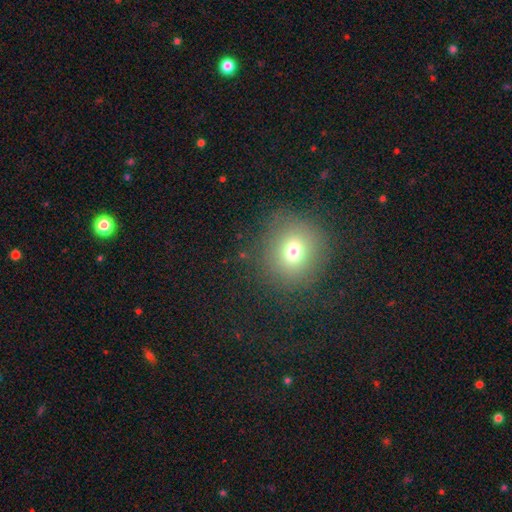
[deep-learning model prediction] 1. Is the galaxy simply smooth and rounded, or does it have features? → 68% smooth, 22% star or artifact, 10% featured or disk.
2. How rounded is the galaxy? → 89% round, 10% in between, 1% cigar-shaped.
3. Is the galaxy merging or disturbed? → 84% none, 9% minor disturbance, 5% major disturbance, 1% merger.